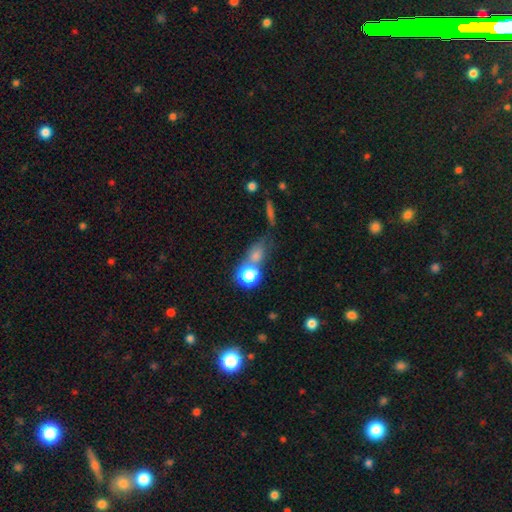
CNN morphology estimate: Q: Smooth or featured?
A: smooth (66%); runner-up: star or artifact (21%)
Q: How rounded?
A: round (52%); runner-up: in between (39%)
Q: Merging?
A: none (51%); runner-up: merger (30%)